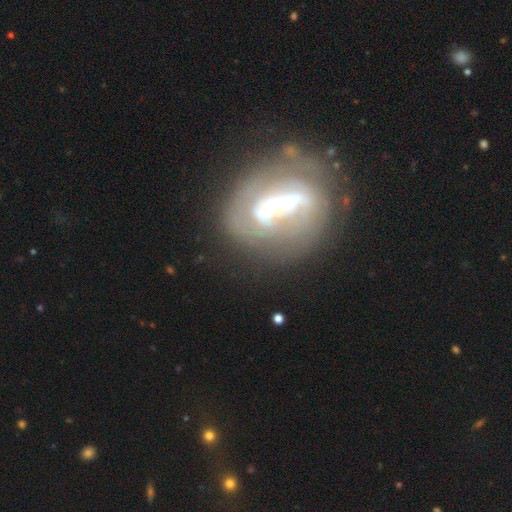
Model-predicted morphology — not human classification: A featured or disk galaxy (74%) with a strong bar (75%), spiral arms (51%) and a moderate central bulge (38%).

Vote fractions:
- Smooth or featured? featured or disk: 74% / smooth: 16% / star or artifact: 9%
- Edge-on disk? no: 85% / yes: 15%
- Bar? strong: 75% / weak: 16% / no: 9%
- Spiral arms? yes: 51% / no: 49%
- Bulge size? moderate: 38% / small: 24% / large: 18% / none: 16% / dominant: 4%
- Merging? none: 62% / minor disturbance: 18% / major disturbance: 15% / merger: 5%